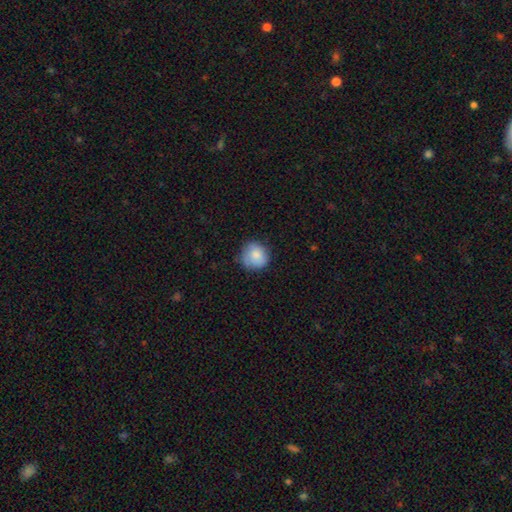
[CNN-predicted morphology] The model was most divided on "merging": none: 73%, minor disturbance: 21%, major disturbance: 4%, merger: 1%. More confident: how rounded — round (89%); smooth or featured — smooth (83%).